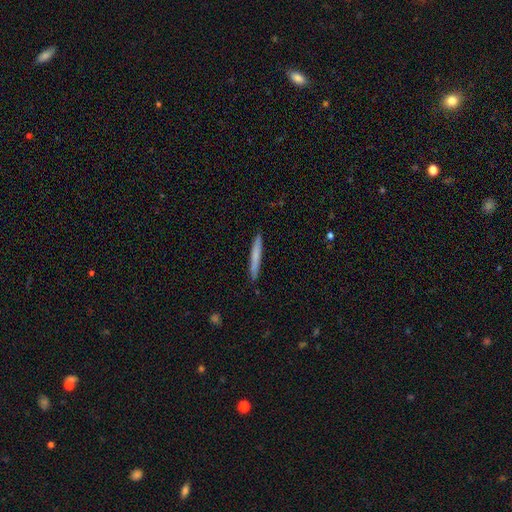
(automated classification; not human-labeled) The model was most divided on "smooth or featured": smooth: 69%, featured or disk: 26%, star or artifact: 6%. More confident: how rounded — cigar-shaped (97%); merging — none (91%).